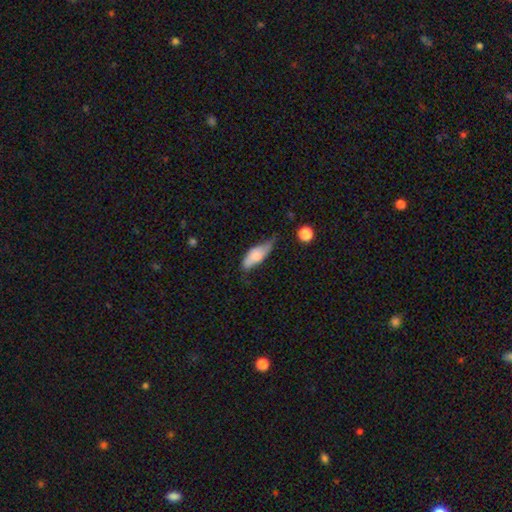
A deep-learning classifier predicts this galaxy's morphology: smooth-or-featured: smooth: 63% | featured or disk: 30% | star or artifact: 7%
  how-rounded: in between: 76% | cigar-shaped: 21% | round: 3%
  merging: minor disturbance: 44% | none: 32% | major disturbance: 20% | merger: 4%